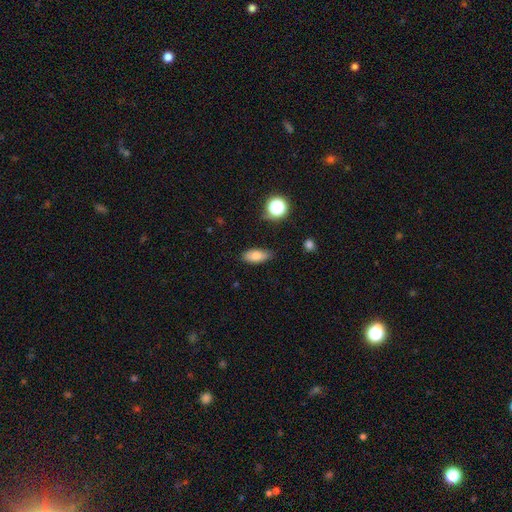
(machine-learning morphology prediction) Overall: smooth (79%). How rounded: in between (85%). Merging: none (79%).